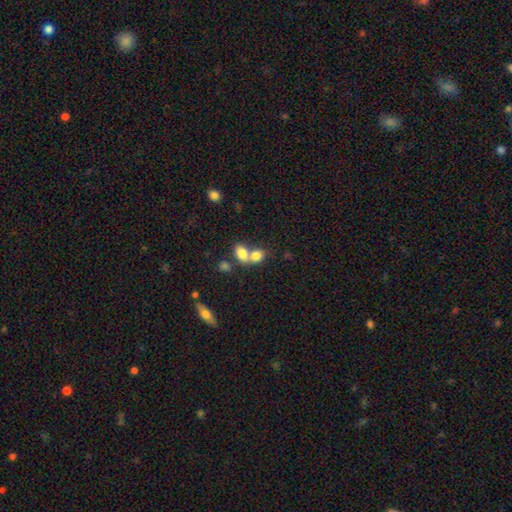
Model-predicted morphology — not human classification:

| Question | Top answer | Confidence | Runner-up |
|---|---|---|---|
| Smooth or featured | smooth | 78% | featured or disk (12%) |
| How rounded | in between | 64% | round (34%) |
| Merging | merger | 61% | none (28%) |